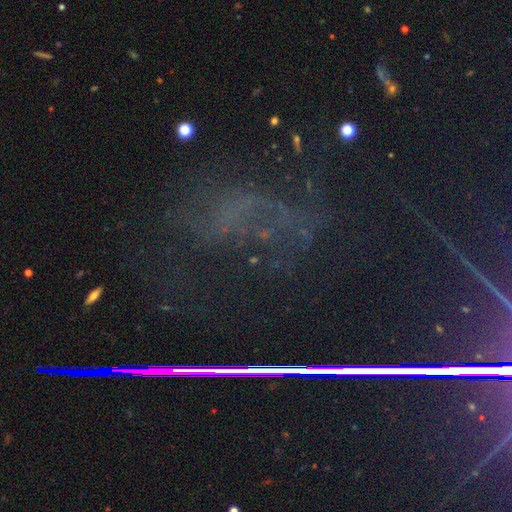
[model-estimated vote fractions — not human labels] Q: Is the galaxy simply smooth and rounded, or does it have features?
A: star or artifact — 63%.